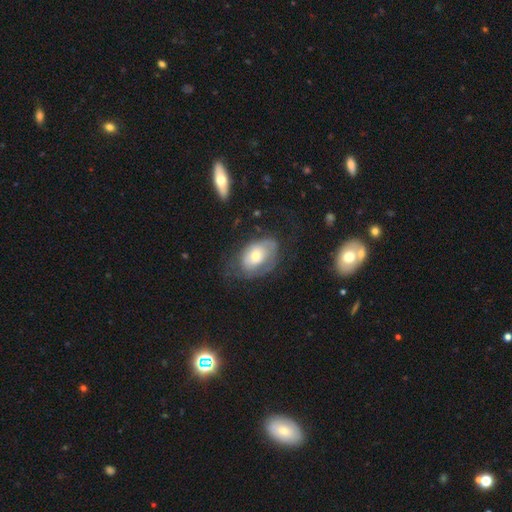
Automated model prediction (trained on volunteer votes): Smooth or featured?
  - featured or disk: 50% *
  - smooth: 42%
  - star or artifact: 8%
Edge-on disk?
  - no: 93% *
  - yes: 7%
Merging?
  - none: 50% *
  - minor disturbance: 27%
  - major disturbance: 21%
  - merger: 2%